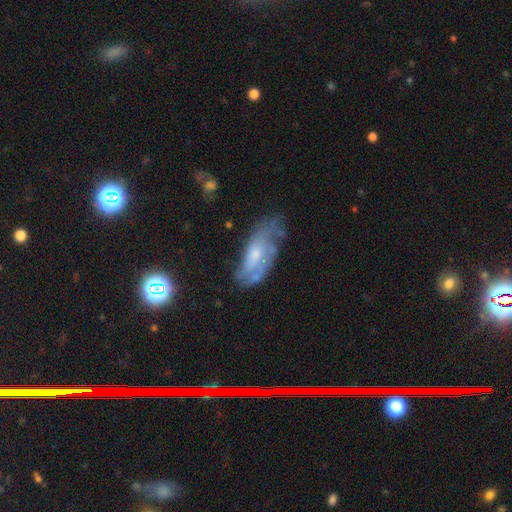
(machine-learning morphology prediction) A featured or disk galaxy (61%) with no bar (71%), spiral arms (72%) and a small central bulge (48%).

Vote fractions:
- Smooth or featured? featured or disk: 61% / smooth: 30% / star or artifact: 9%
- Edge-on disk? no: 88% / yes: 12%
- Bar? no: 71% / weak: 25% / strong: 4%
- Spiral arms? yes: 72% / no: 28%
- Bulge size? small: 48% / moderate: 37% / none: 10% / large: 4% / dominant: 1%
- Merging? none: 53% / minor disturbance: 28% / major disturbance: 16% / merger: 3%